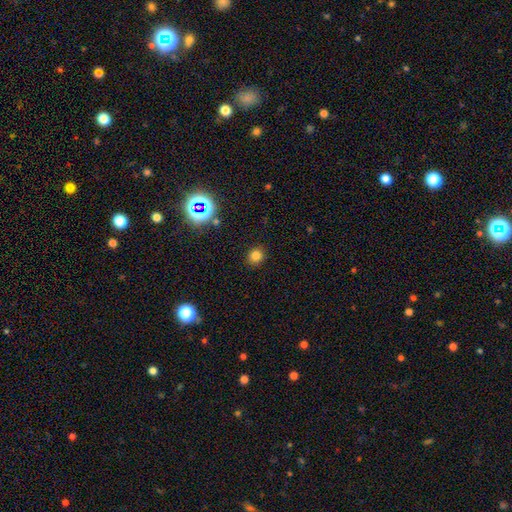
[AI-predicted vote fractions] Q: Smooth or featured?
A: smooth (78%); runner-up: star or artifact (17%)
Q: How rounded?
A: round (78%); runner-up: in between (21%)
Q: Merging?
A: none (88%); runner-up: minor disturbance (8%)